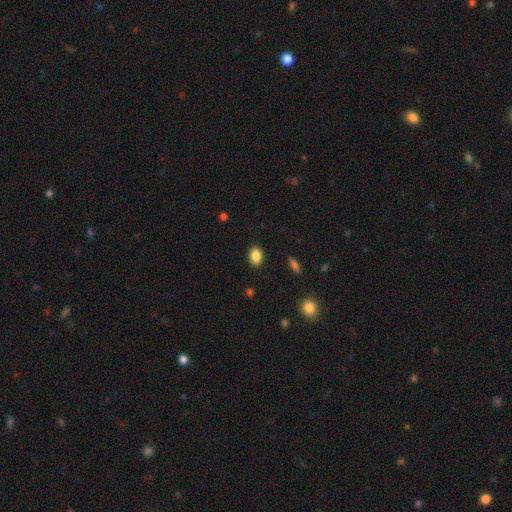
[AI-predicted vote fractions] This appears to be a smooth galaxy with no disk features (87%) that is in between round and cigar-shaped (82%). Merging: none (89%).